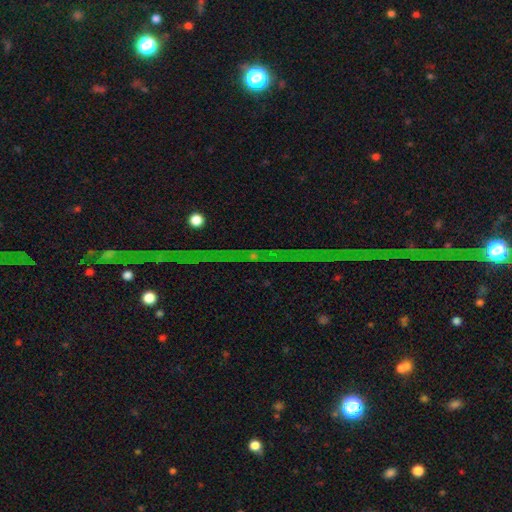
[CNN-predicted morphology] type=star or artifact (82%).